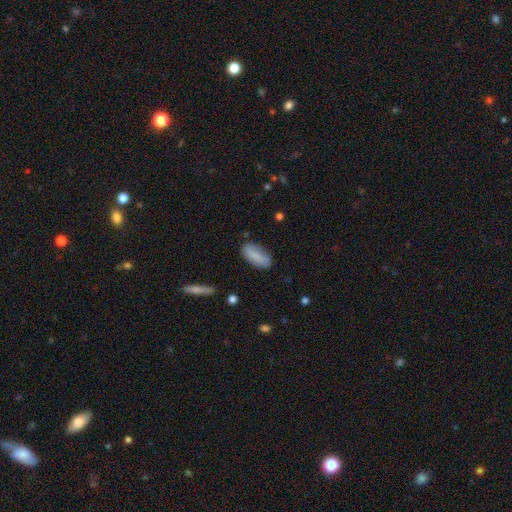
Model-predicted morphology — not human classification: Smooth or featured? Predicted: smooth (p=0.82). How rounded? Predicted: in between (p=0.78). Merging? Predicted: none (p=0.78).